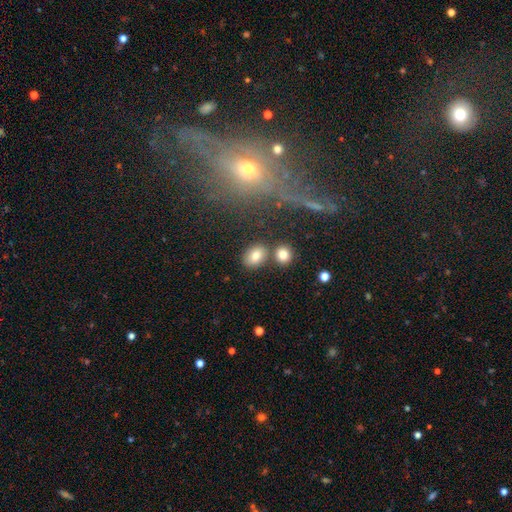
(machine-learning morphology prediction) smooth 80%, star or artifact 11%, featured or disk 9%. Down the decision tree: how rounded — in between (72%); merging — none (72%).